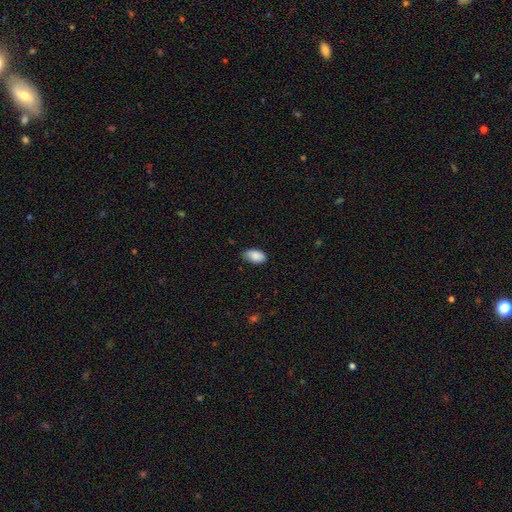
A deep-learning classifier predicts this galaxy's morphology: Q: Smooth or featured?
A: smooth (89%); runner-up: star or artifact (7%)
Q: How rounded?
A: in between (94%); runner-up: round (4%)
Q: Merging?
A: none (74%); runner-up: minor disturbance (22%)